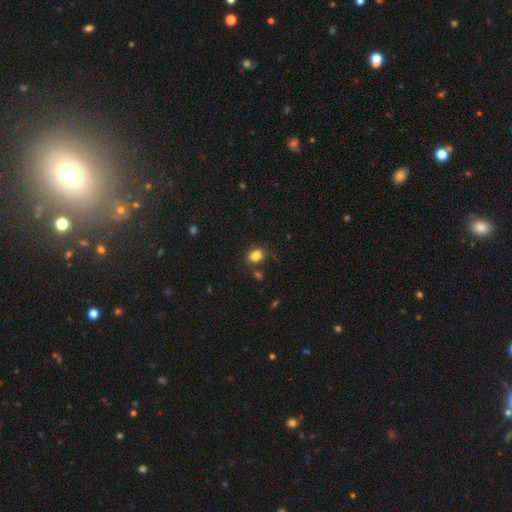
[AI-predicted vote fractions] smooth 84%, star or artifact 10%, featured or disk 6%. Down the decision tree: how rounded — in between (62%); merging — none (76%).